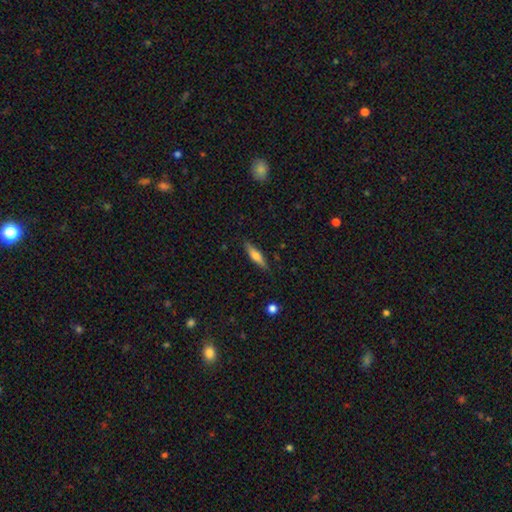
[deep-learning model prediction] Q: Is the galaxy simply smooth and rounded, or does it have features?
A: smooth — 59%.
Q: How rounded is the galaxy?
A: cigar-shaped — 76%.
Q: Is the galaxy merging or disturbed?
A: none — 86%.